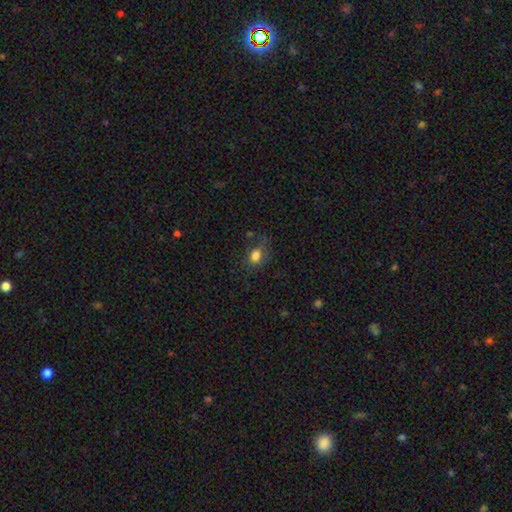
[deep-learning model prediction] Smooth or featured?
  - smooth: 80% *
  - star or artifact: 11%
  - featured or disk: 8%
How rounded?
  - in between: 69% *
  - round: 29%
  - cigar-shaped: 2%
Merging?
  - none: 60% *
  - minor disturbance: 24%
  - major disturbance: 13%
  - merger: 3%